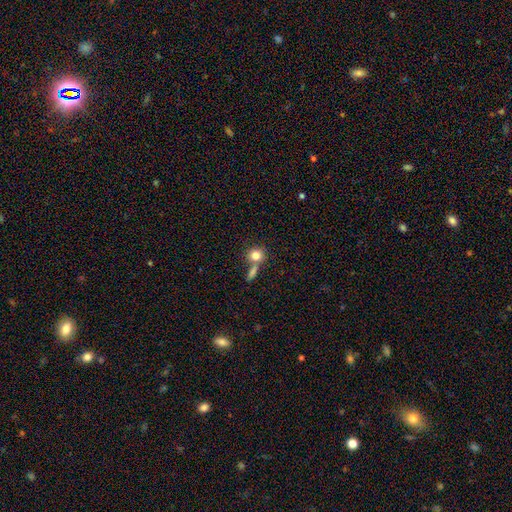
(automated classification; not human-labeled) This is clearly a smooth galaxy (81%). How rounded: clearly round (83%). Merging: possibly none (53%).